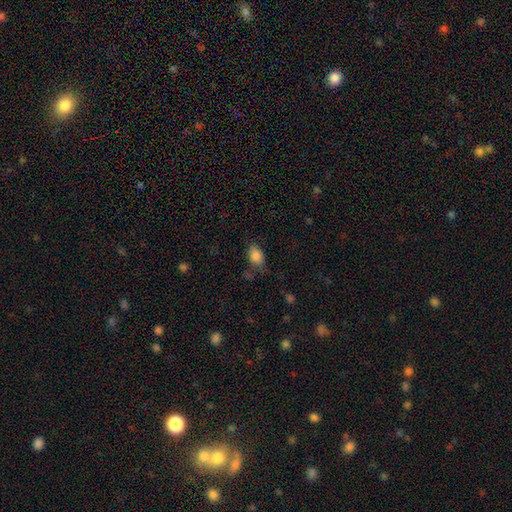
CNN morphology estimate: smooth-or-featured: smooth: 84% | star or artifact: 10% | featured or disk: 6%
  how-rounded: in between: 84% | round: 15% | cigar-shaped: 2%
  merging: none: 60% | minor disturbance: 26% | major disturbance: 9% | merger: 5%